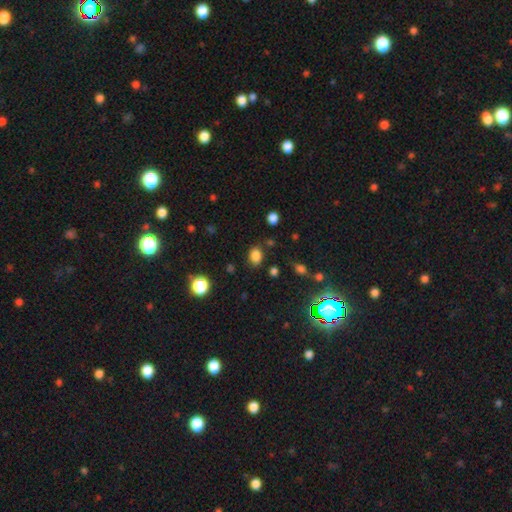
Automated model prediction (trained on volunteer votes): Overall: smooth (81%). How rounded: in between (58%; round 41%). Merging: none (79%).